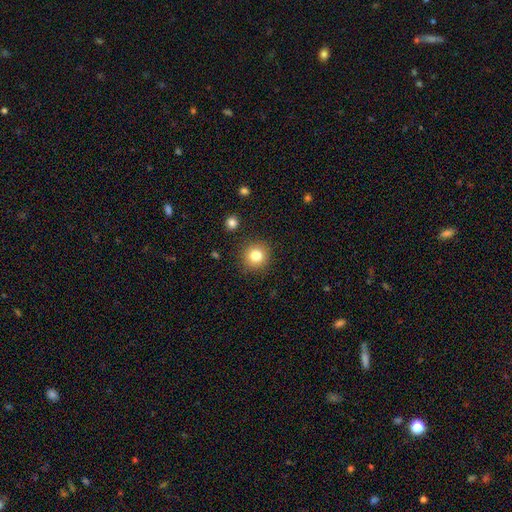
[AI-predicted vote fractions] Smooth or featured? Predicted: smooth (p=0.83). How rounded? Predicted: round (p=0.92). Merging? Predicted: none (p=0.88).